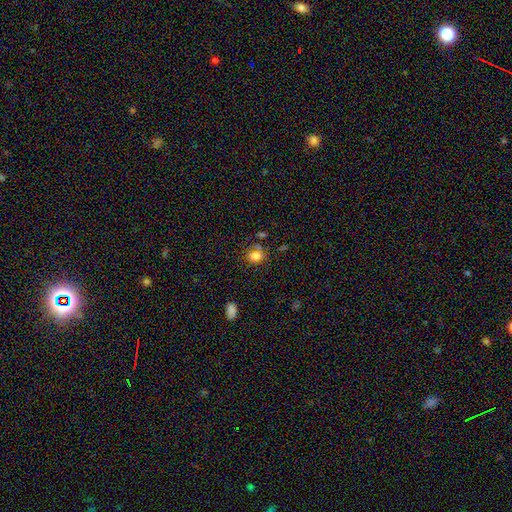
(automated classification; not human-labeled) smooth_or_featured: smooth (p=0.80) [alt: star or artifact p=0.13]
how_rounded: round (p=0.60) [alt: in between p=0.39]
merging: none (p=0.63) [alt: minor disturbance p=0.17]